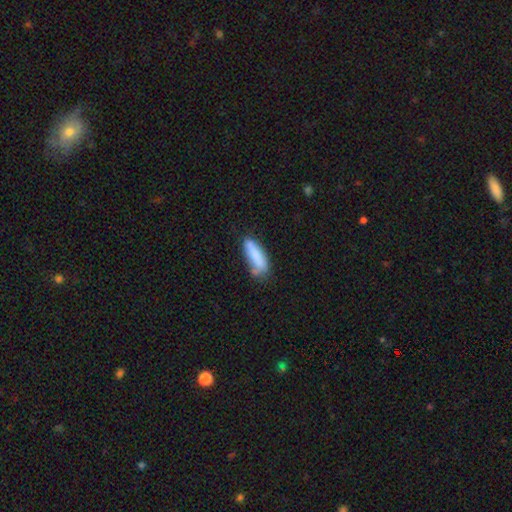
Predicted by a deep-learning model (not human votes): Smooth or featured? smooth (81%)
How rounded? in between (50%)
Merging? none (54%)